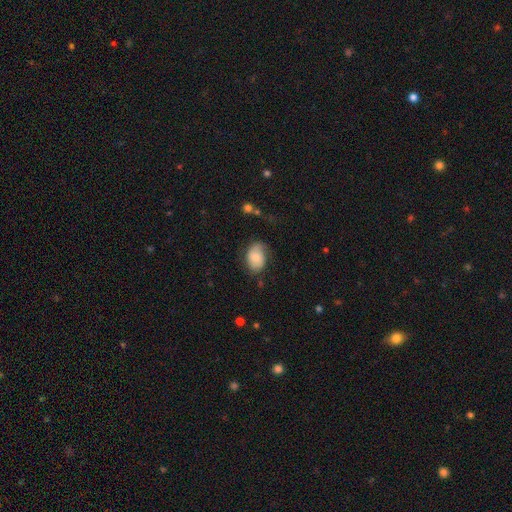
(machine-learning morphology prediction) The model was most divided on "merging": none: 61%, minor disturbance: 27%, major disturbance: 10%, merger: 2%. More confident: how rounded — in between (83%); smooth or featured — smooth (72%).